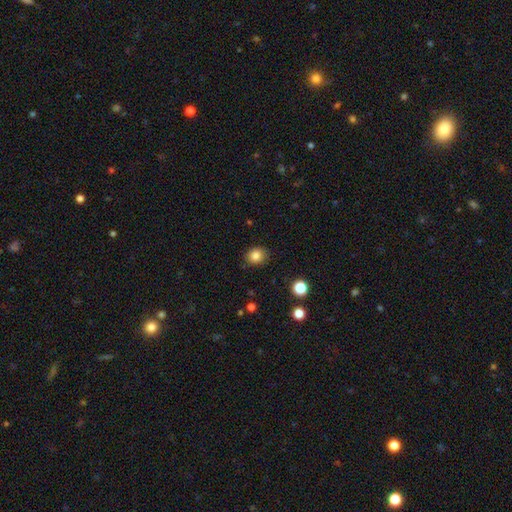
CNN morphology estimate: Smooth or featured?
  - smooth: 83% *
  - star or artifact: 11%
  - featured or disk: 6%
How rounded?
  - round: 68% *
  - in between: 31%
  - cigar-shaped: 1%
Merging?
  - none: 85% *
  - minor disturbance: 11%
  - major disturbance: 2%
  - merger: 1%